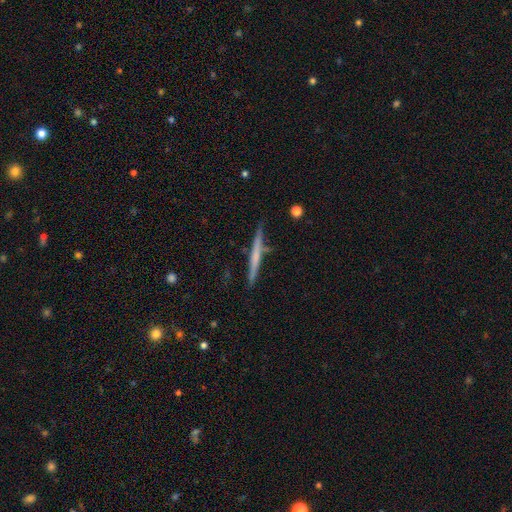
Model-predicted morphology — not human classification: A featured or disk galaxy (50%).

Vote fractions:
- Smooth or featured? featured or disk: 50% / smooth: 45% / star or artifact: 6%
- Merging? none: 84% / minor disturbance: 11% / merger: 3% / major disturbance: 2%